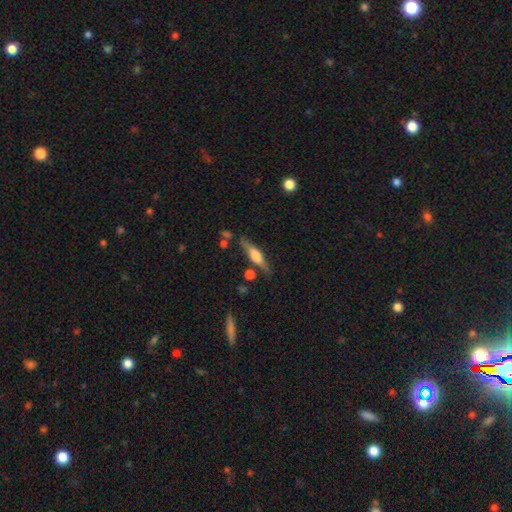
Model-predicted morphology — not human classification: This is possibly a featured or disk galaxy (58%). It is clearly viewed edge-on (94%). Edge-on bulge: likely rounded (79%). Merging: likely none (78%).